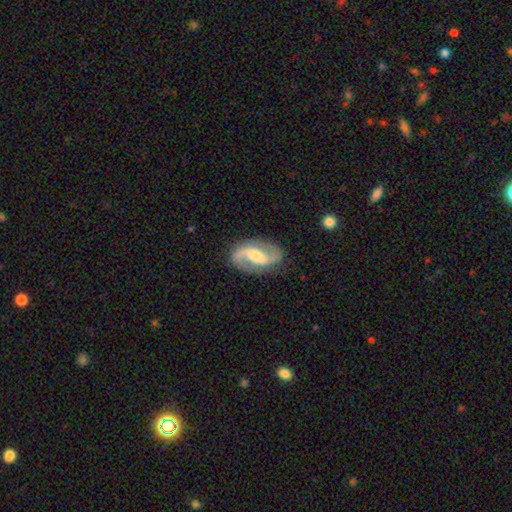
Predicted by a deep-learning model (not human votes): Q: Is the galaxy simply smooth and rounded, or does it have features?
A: featured or disk — 89%.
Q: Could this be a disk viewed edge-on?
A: no — 97%.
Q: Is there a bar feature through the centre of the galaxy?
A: weak — 43%.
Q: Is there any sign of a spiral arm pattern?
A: yes — 97%.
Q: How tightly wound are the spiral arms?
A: medium — 46%.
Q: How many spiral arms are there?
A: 2 — 94%.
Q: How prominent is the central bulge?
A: moderate — 54%.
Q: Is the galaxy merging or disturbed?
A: none — 85%.